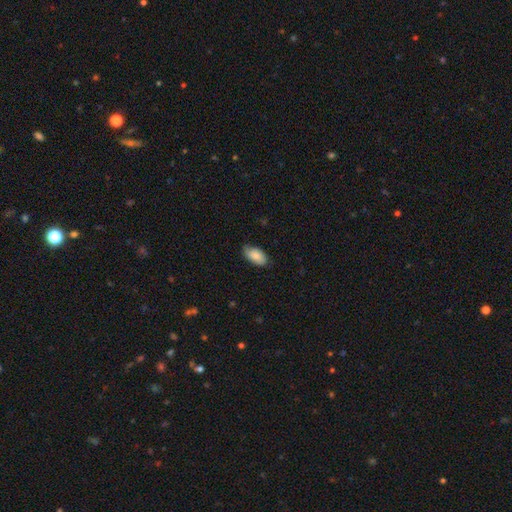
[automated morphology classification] This is clearly a smooth galaxy (83%). How rounded: clearly in between (95%). Merging: likely none (79%).